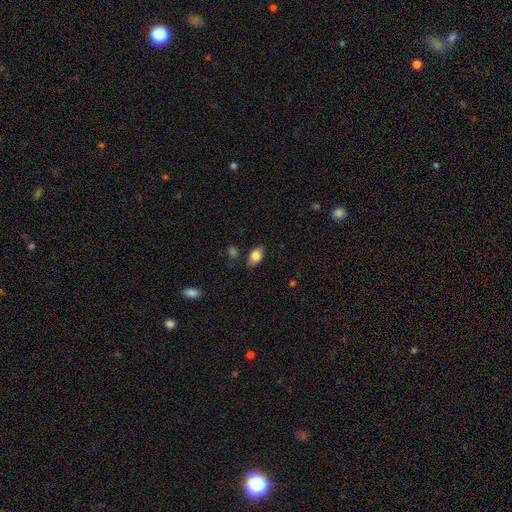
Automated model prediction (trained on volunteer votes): This is clearly a smooth galaxy (82%). How rounded: clearly in between (86%). Merging: likely none (78%).